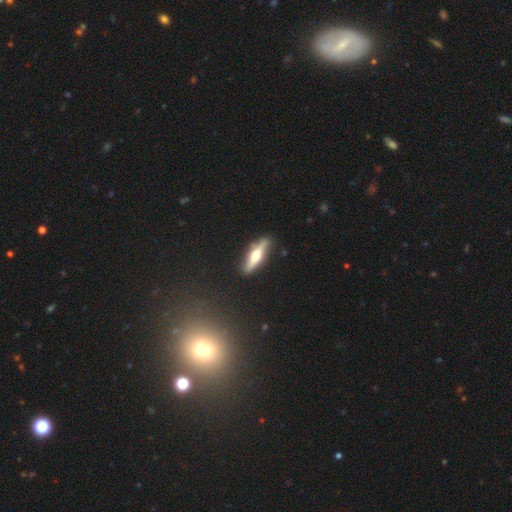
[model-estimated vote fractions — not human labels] Smooth or featured: featured or disk — 60% (smooth — 35%)
Edge-on disk: yes — 93% (no — 7%)
Edge-on bulge: rounded — 92% (boxy — 5%)
Merging: none — 86% (minor disturbance — 10%)